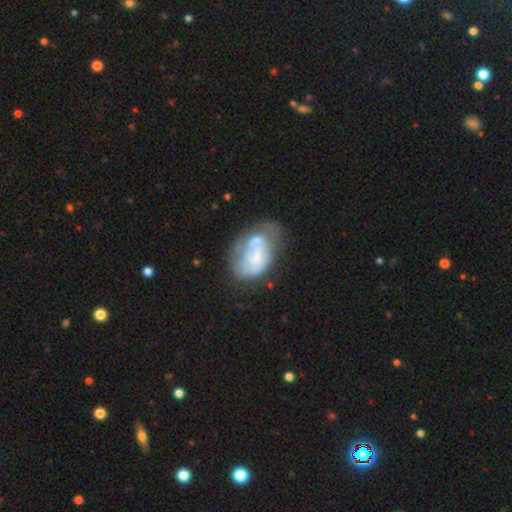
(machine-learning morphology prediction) This appears to be a featured or disk galaxy (58%) with no bar (77%), no spiral arms (65%) and no central bulge (37%). Merging: none (31%).